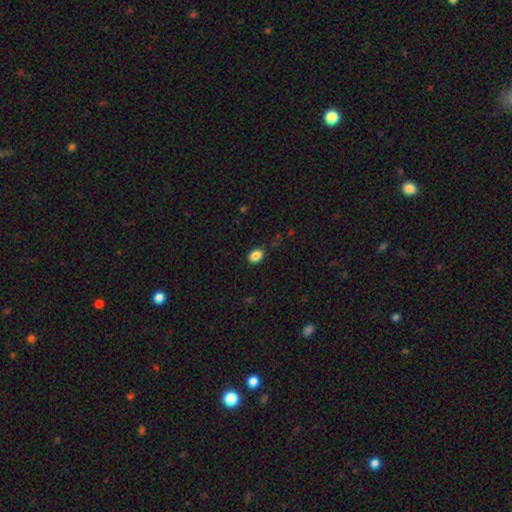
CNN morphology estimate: The model was most divided on "how rounded": in between: 81%, round: 17%, cigar-shaped: 1%. More confident: smooth or featured — smooth (87%); merging — none (85%).